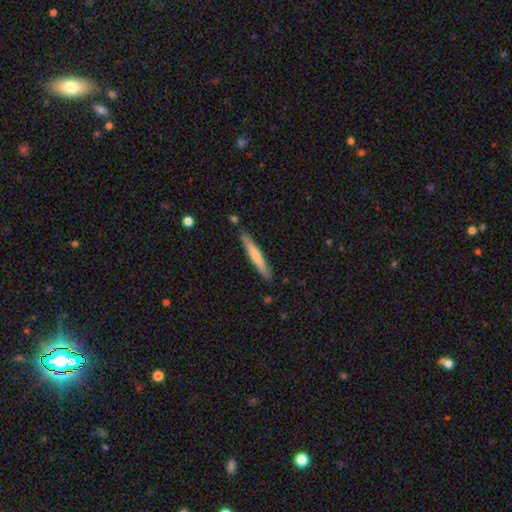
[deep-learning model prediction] A smooth galaxy with no disk features (59%) that is cigar-shaped (95%). Merging: none (87%).